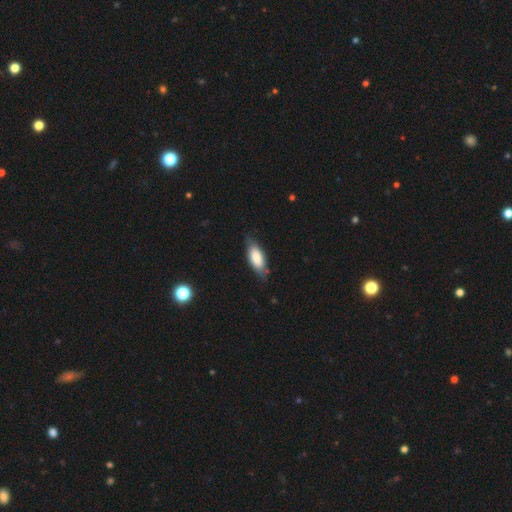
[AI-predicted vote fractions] Smooth or featured?
  - smooth: 77% *
  - featured or disk: 18%
  - star or artifact: 6%
How rounded?
  - in between: 79% *
  - cigar-shaped: 19%
  - round: 2%
Merging?
  - none: 75% *
  - minor disturbance: 20%
  - major disturbance: 4%
  - merger: 1%